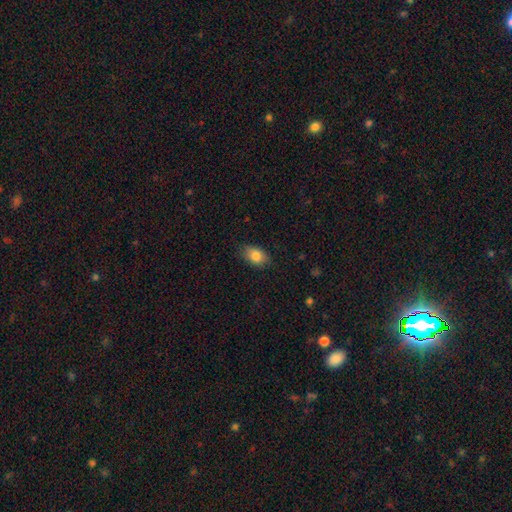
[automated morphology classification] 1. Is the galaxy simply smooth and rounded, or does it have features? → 84% smooth, 8% star or artifact, 8% featured or disk.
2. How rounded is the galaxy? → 85% in between, 13% round, 2% cigar-shaped.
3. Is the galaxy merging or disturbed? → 80% none, 16% minor disturbance, 3% major disturbance, 1% merger.